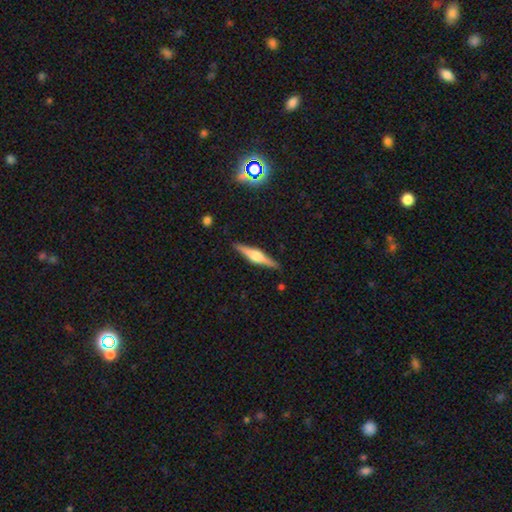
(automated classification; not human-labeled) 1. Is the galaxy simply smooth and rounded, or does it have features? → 74% featured or disk, 21% smooth, 6% star or artifact.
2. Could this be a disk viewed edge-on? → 98% yes, 2% no.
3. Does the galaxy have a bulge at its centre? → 86% rounded, 12% boxy, 3% none.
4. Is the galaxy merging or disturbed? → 90% none, 8% minor disturbance, 2% major disturbance, 1% merger.